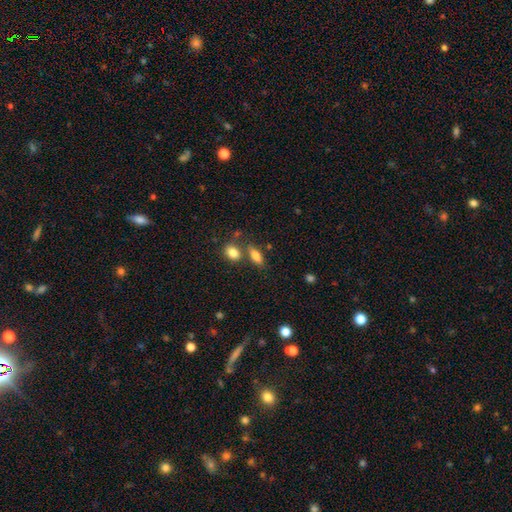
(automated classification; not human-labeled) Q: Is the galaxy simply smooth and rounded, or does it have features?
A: smooth — 81%.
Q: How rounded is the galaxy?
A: in between — 77%.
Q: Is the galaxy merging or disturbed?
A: none — 61%.